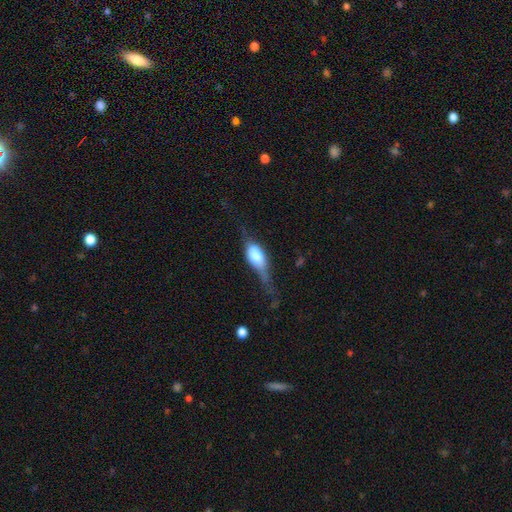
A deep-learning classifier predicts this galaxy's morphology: This is possibly a smooth galaxy (51%). How rounded: likely in between (73%). Merging: marginally none (33%).